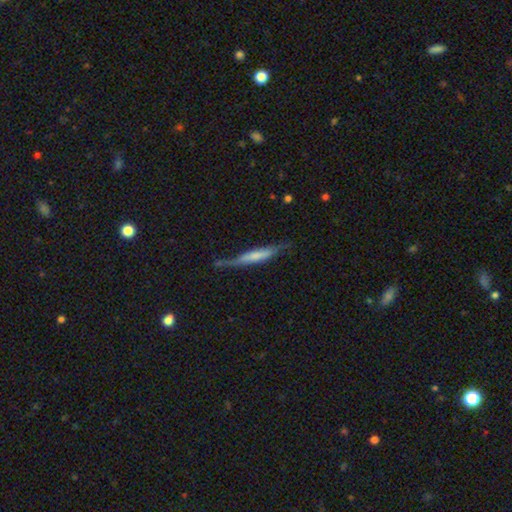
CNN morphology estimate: smooth-or-featured: featured or disk: 51% | smooth: 44% | star or artifact: 6%
  disk-edge-on: yes: 86% | no: 14%
  merging: none: 58% | minor disturbance: 28% | major disturbance: 10% | merger: 4%